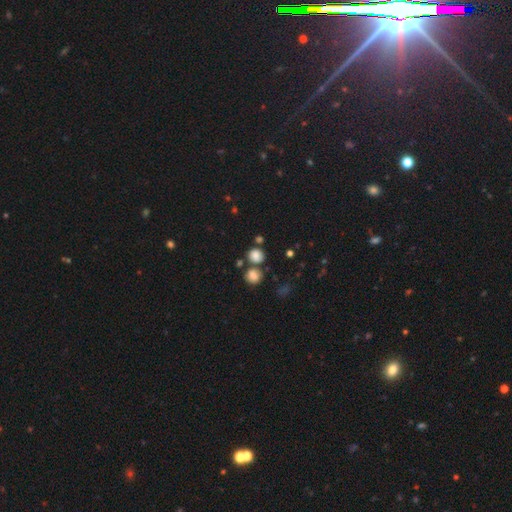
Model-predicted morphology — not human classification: Smooth or featured?
  - smooth: 82% *
  - star or artifact: 13%
  - featured or disk: 6%
How rounded?
  - round: 82% *
  - in between: 17%
  - cigar-shaped: 1%
Merging?
  - none: 62% *
  - merger: 23%
  - minor disturbance: 10%
  - major disturbance: 4%